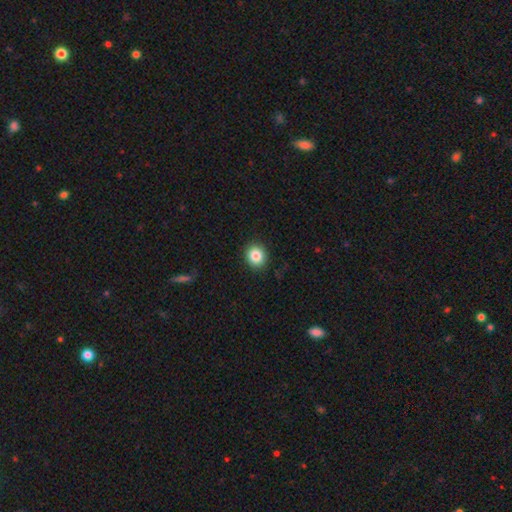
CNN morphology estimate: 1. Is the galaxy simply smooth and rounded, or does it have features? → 86% smooth, 9% star or artifact, 5% featured or disk.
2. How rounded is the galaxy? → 79% round, 21% in between, 1% cigar-shaped.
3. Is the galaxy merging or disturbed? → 91% none, 6% minor disturbance, 2% major disturbance, 1% merger.